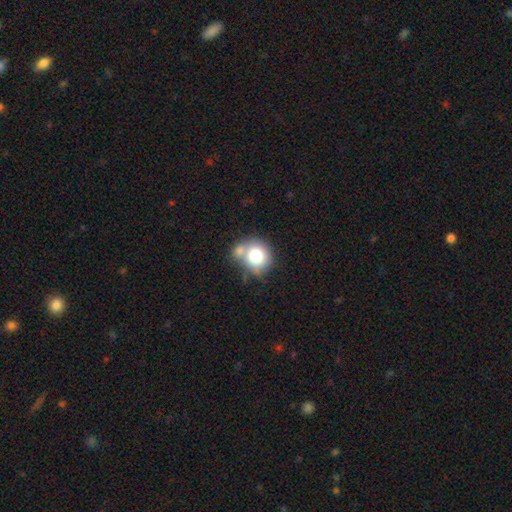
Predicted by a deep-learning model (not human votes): Smooth or featured? smooth (76%)
How rounded? round (80%)
Merging? none (42%)